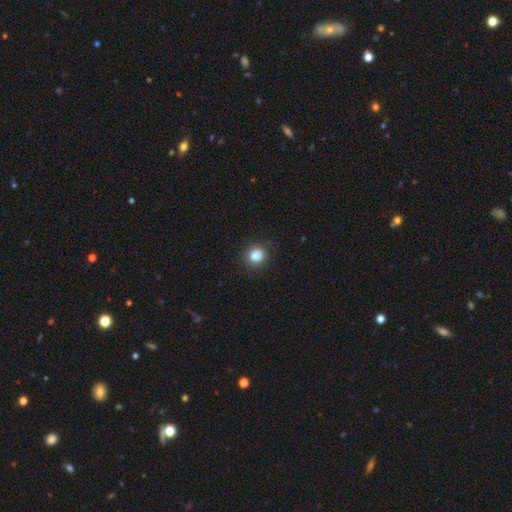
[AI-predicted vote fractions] A smooth galaxy with no disk features (85%) that is round (87%). Merging: none (87%).